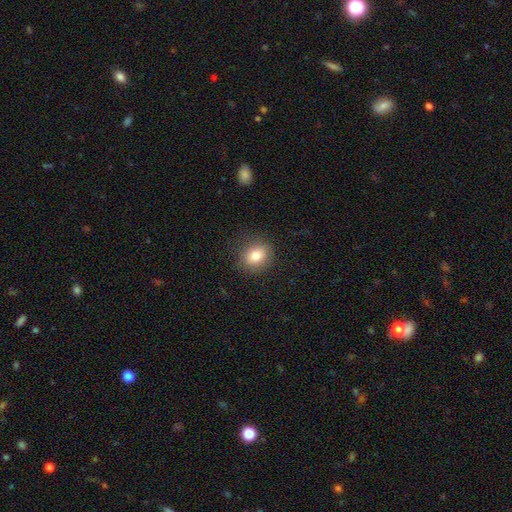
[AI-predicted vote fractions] A smooth galaxy with no disk features (80%) that is round (64%). Merging: none (85%).